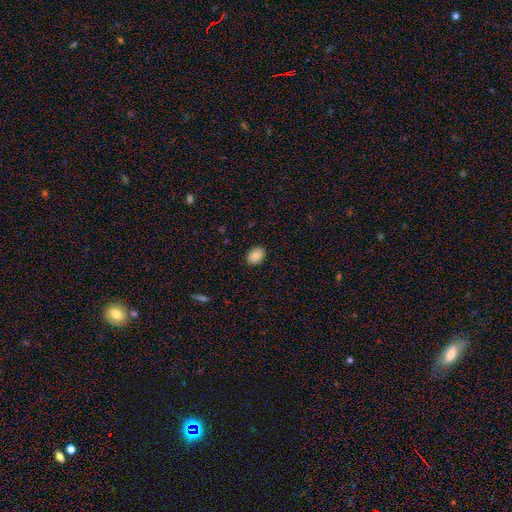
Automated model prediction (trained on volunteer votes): Smooth or featured? smooth (89%)
How rounded? in between (79%)
Merging? none (88%)